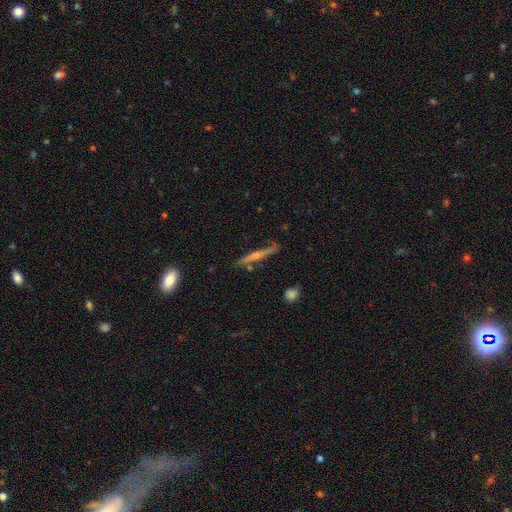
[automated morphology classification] A featured or disk galaxy (64%) viewed edge-on (91%) with a rounded central bulge (61%). Merging: none (79%).